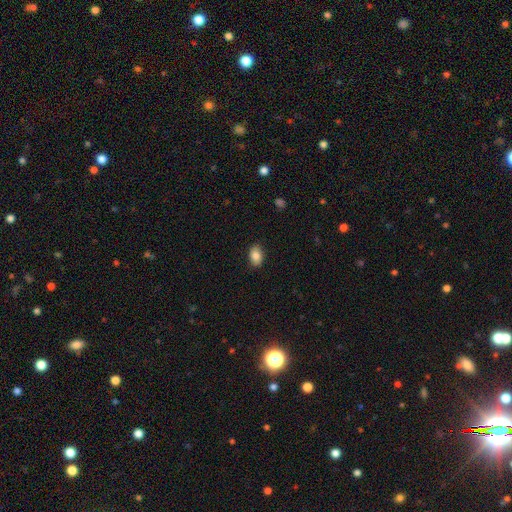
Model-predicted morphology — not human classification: This appears to be a smooth galaxy with no disk features (84%) that is in between round and cigar-shaped (86%). Merging: none (87%).